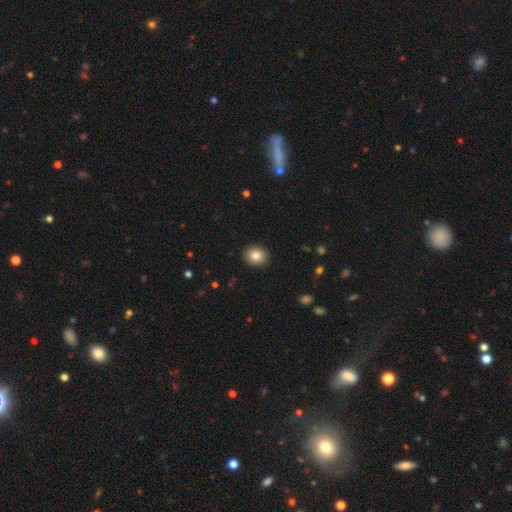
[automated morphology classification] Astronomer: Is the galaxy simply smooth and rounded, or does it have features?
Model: smooth — 84%.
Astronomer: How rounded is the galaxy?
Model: round — 62%.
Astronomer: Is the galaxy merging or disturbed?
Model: none — 91%.